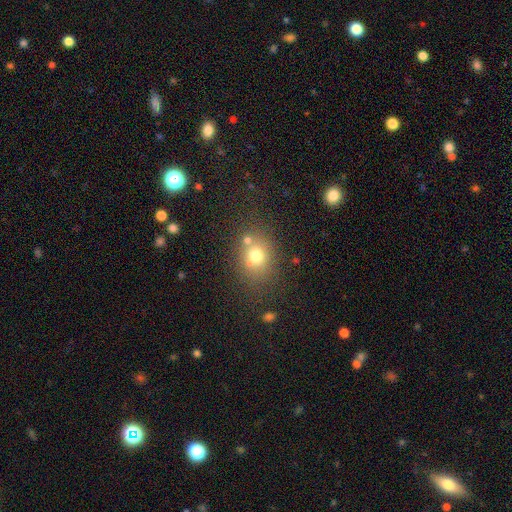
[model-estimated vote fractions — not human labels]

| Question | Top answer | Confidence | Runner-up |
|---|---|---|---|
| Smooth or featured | smooth | 70% | star or artifact (15%) |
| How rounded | round | 61% | in between (38%) |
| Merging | none | 65% | merger (16%) |